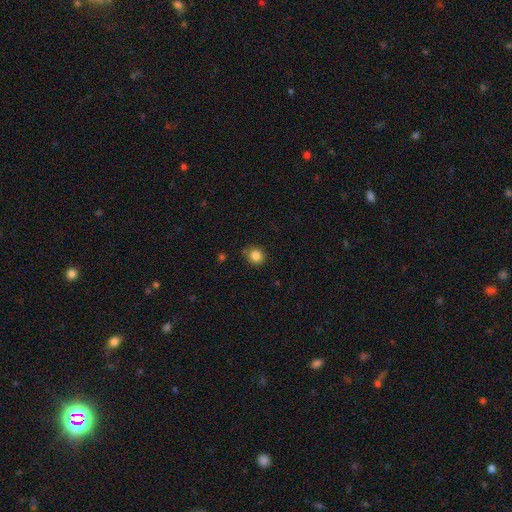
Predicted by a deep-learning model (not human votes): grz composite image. It shows a smooth galaxy with no disk features (84%) that is round (82%). Merging: none (78%).